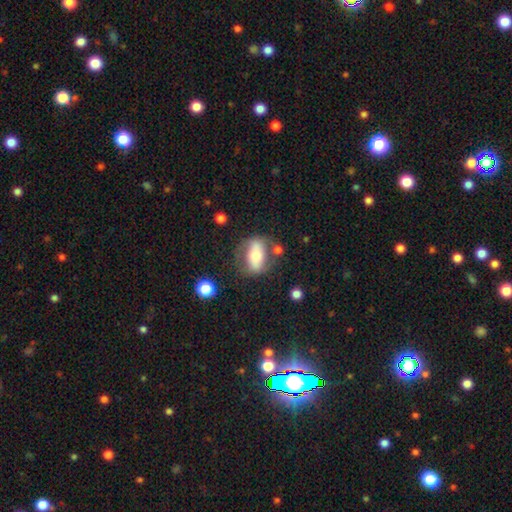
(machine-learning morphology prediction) smooth-or-featured: smooth: 49% | featured or disk: 44% | star or artifact: 7%
  merging: none: 63% | minor disturbance: 19% | major disturbance: 11% | merger: 8%